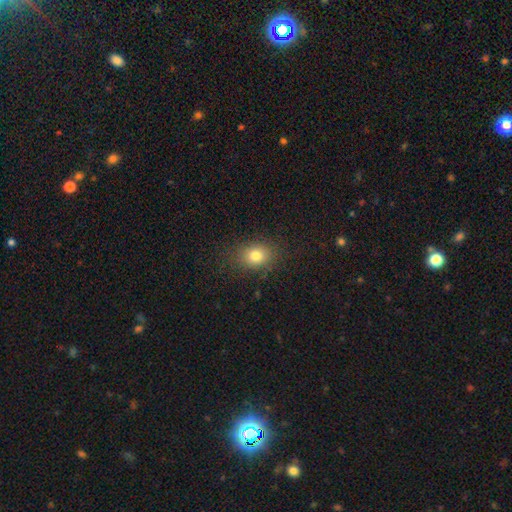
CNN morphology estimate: Smooth or featured: smooth — 79% (star or artifact — 12%)
How rounded: in between — 54% (round — 45%)
Merging: none — 84% (minor disturbance — 11%)